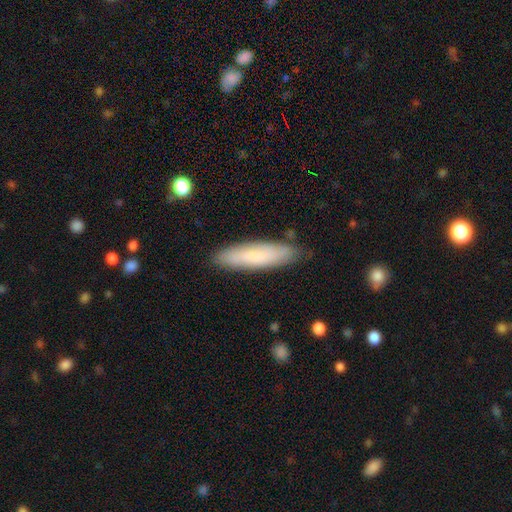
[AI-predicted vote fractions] smooth 75%, featured or disk 19%, star or artifact 6%. Down the decision tree: how rounded — cigar-shaped (72%); merging — none (84%).